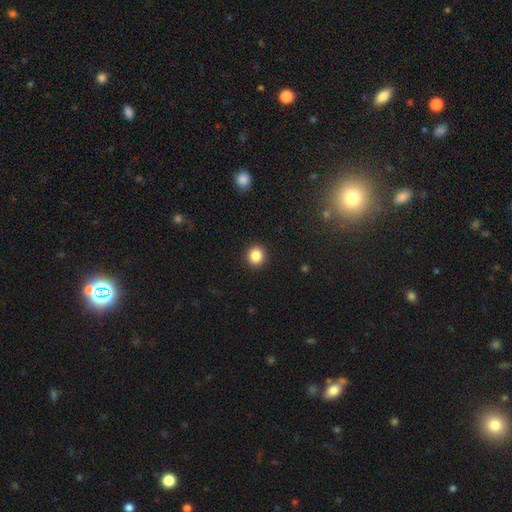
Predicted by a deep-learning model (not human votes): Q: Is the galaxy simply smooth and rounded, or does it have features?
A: smooth — 86%.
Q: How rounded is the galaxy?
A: round — 89%.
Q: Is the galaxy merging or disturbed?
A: none — 92%.